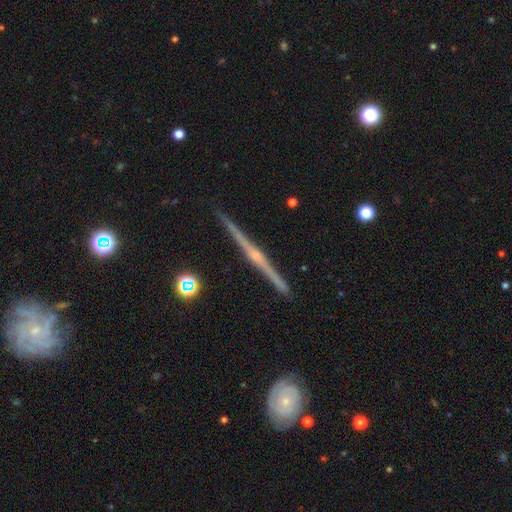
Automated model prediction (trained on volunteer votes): featured or disk 88%, smooth 7%, star or artifact 5%. Down the decision tree: edge-on disk — yes (99%); edge-on bulge — rounded (82%); merging — none (92%).